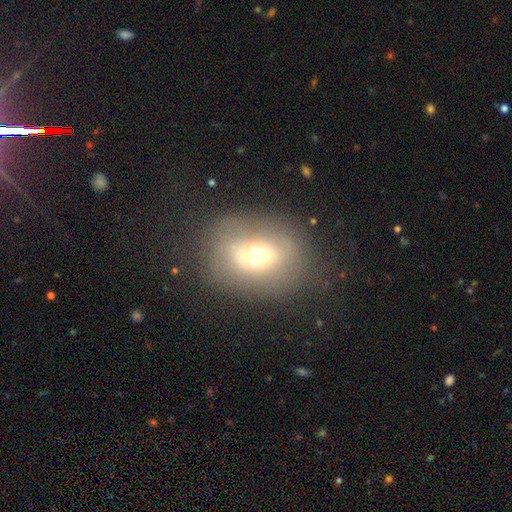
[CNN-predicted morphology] smooth-or-featured: smooth: 56% | featured or disk: 30% | star or artifact: 14%
  how-rounded: round: 51% | in between: 48% | cigar-shaped: 1%
  merging: none: 63% | minor disturbance: 21% | major disturbance: 13% | merger: 3%